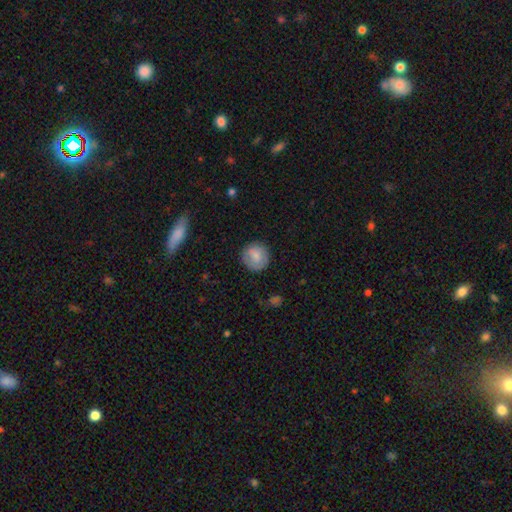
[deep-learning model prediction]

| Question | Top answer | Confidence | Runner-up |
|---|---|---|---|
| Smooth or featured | smooth | 78% | featured or disk (15%) |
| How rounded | round | 90% | in between (9%) |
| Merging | none | 83% | minor disturbance (13%) |